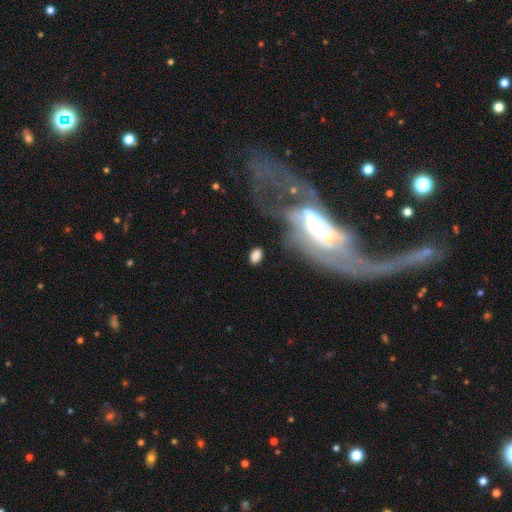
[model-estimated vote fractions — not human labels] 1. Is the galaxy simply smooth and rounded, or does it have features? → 75% smooth, 16% featured or disk, 10% star or artifact.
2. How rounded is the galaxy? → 84% in between, 12% round, 4% cigar-shaped.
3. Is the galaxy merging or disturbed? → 72% none, 13% minor disturbance, 8% major disturbance, 6% merger.